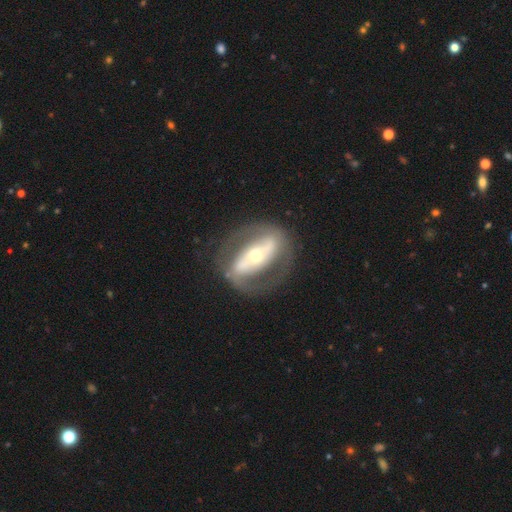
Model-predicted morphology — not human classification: The model was most divided on "spiral arms": yes: 64%, no: 36%. More confident: edge-on disk — no (90%); smooth or featured — featured or disk (80%); merging — none (76%); bar — strong (66%); bulge size — moderate (59%).